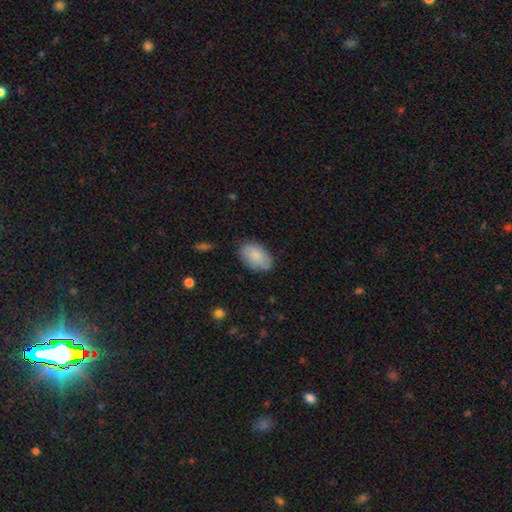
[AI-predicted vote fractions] Overall: smooth (81%). How rounded: in between (91%). Merging: none (78%).